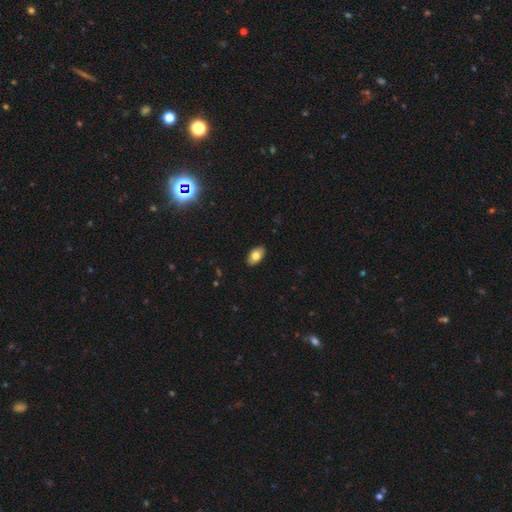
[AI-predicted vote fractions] Smooth or featured? smooth (77%)
How rounded? in between (93%)
Merging? none (89%)